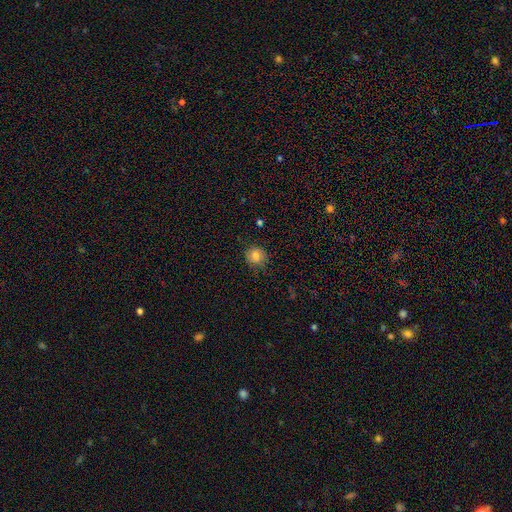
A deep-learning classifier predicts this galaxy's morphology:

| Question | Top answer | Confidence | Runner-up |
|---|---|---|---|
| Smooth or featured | smooth | 79% | star or artifact (11%) |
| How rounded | round | 79% | in between (20%) |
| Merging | none | 80% | minor disturbance (15%) |